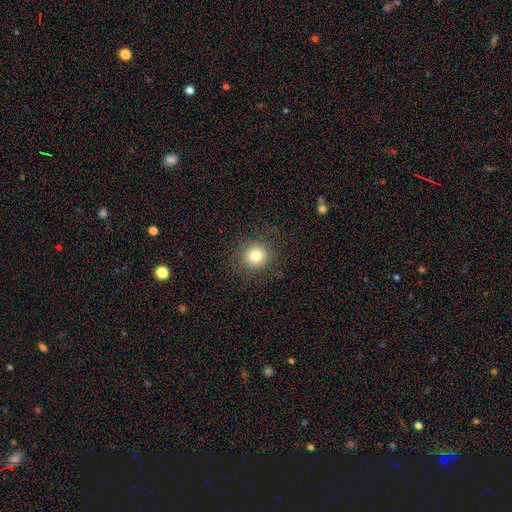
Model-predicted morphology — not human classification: Smooth or featured? Predicted: smooth (p=0.79). How rounded? Predicted: round (p=0.92). Merging? Predicted: none (p=0.88).